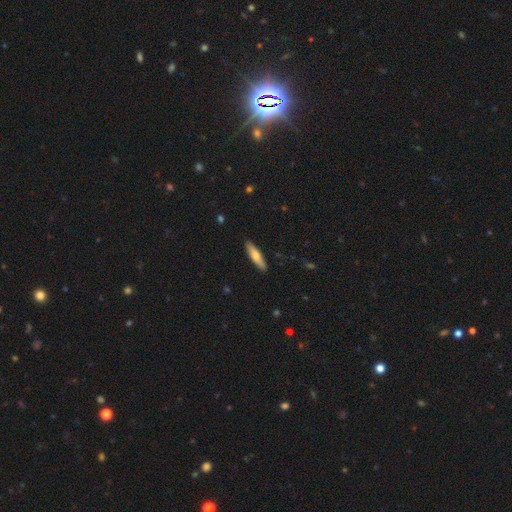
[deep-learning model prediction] Smooth or featured: smooth — 69% (featured or disk — 25%)
How rounded: cigar-shaped — 75% (in between — 23%)
Merging: none — 90% (minor disturbance — 8%)